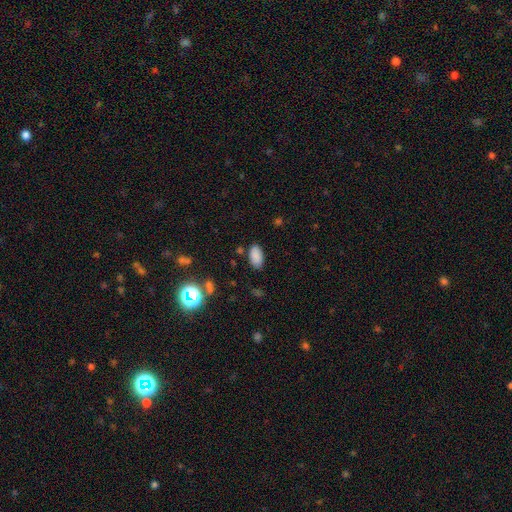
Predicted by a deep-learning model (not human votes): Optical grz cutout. It shows a smooth galaxy with no disk features (86%) that is in between round and cigar-shaped (94%). Merging: none (83%).